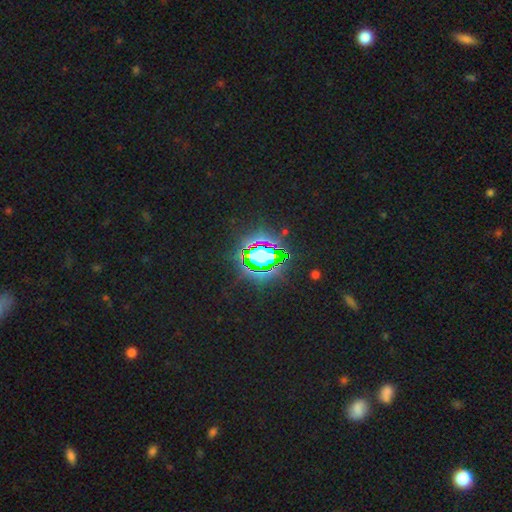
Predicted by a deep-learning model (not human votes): star or artifact 74%, smooth 15%, featured or disk 11%.